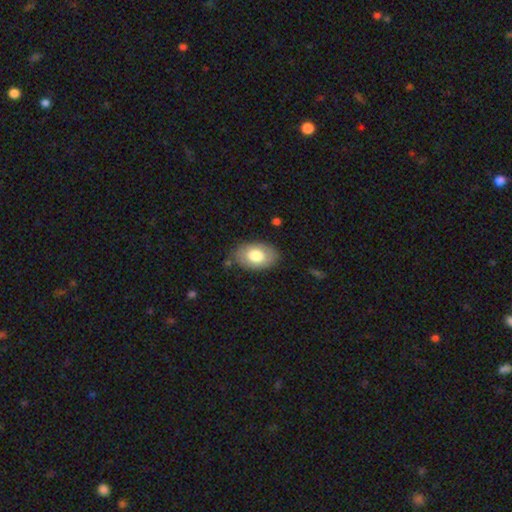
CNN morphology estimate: A smooth galaxy with no disk features (75%) that is in between round and cigar-shaped (89%). Merging: none (81%).